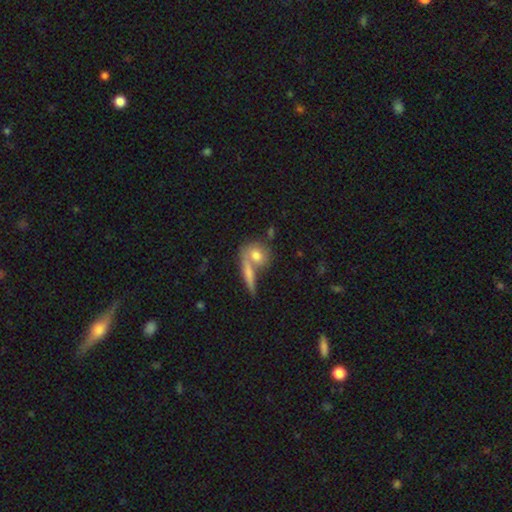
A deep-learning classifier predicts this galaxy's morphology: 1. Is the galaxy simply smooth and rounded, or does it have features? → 67% smooth, 24% featured or disk, 10% star or artifact.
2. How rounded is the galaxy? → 52% round, 33% in between, 15% cigar-shaped.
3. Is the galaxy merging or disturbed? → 51% none, 34% merger, 10% minor disturbance, 5% major disturbance.